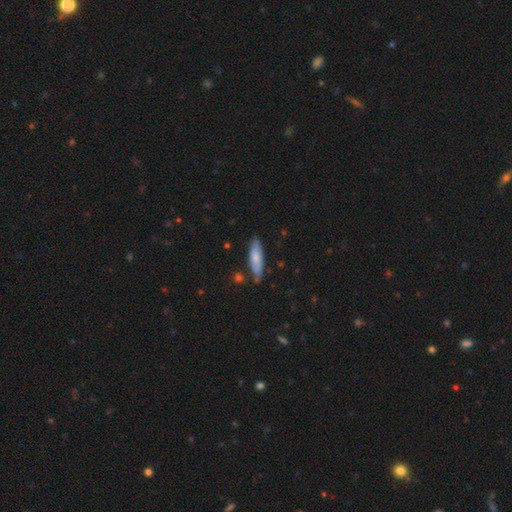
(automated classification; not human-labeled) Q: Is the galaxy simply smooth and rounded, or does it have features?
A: smooth — 74%.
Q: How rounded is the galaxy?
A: cigar-shaped — 61%.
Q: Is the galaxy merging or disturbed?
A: none — 76%.